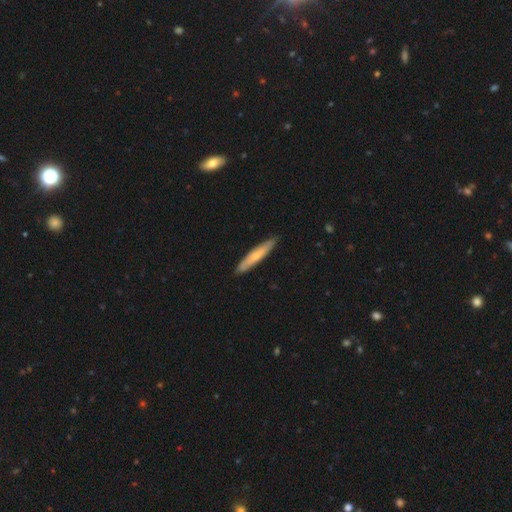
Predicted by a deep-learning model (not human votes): The model was most divided on "smooth or featured": smooth: 63%, featured or disk: 31%, star or artifact: 5%. More confident: how rounded — cigar-shaped (93%); merging — none (89%).